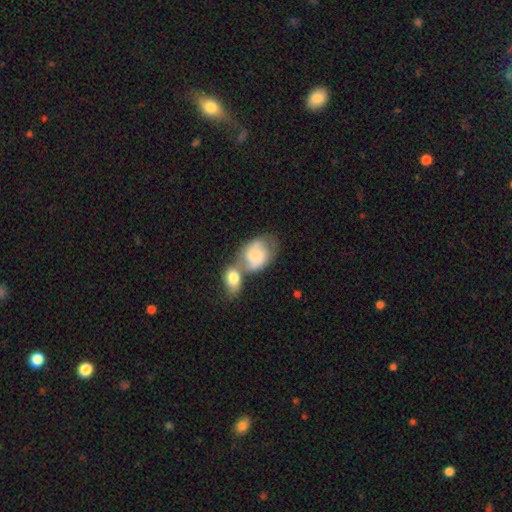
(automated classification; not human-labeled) A smooth galaxy with no disk features (63%) that is in between round and cigar-shaped (73%). Merging: merger (58%).